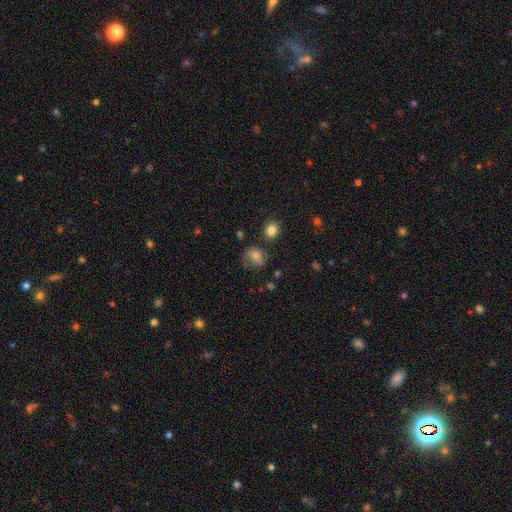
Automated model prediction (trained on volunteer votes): This is likely a smooth galaxy (76%). How rounded: possibly round (57%). Merging: likely none (65%).